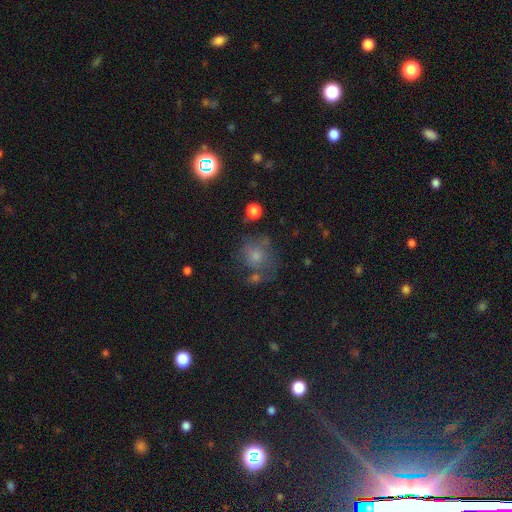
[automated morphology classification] This appears to be a smooth galaxy with no disk features (46%). Merging: none (61%).